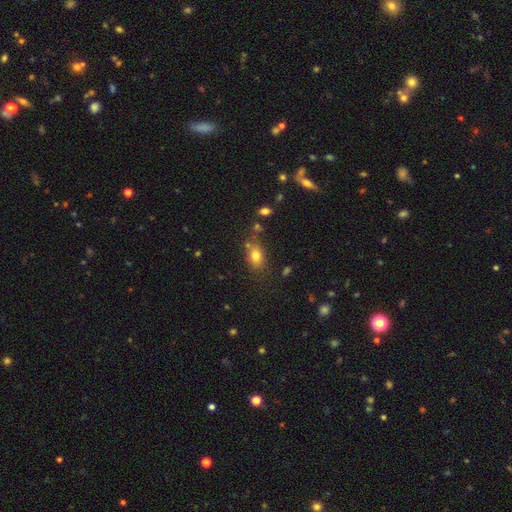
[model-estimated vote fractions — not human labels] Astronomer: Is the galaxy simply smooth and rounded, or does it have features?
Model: smooth — 78%.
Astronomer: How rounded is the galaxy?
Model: in between — 77%.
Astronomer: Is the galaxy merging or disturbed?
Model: none — 72%.